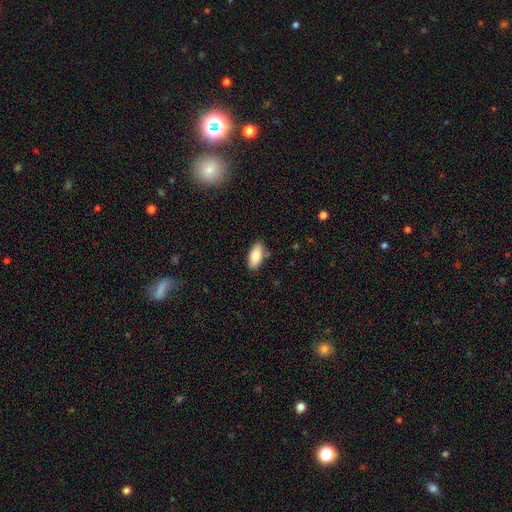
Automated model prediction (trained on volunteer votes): The model was most divided on "smooth or featured": smooth: 81%, featured or disk: 12%, star or artifact: 7%. More confident: how rounded — in between (90%); merging — none (83%).